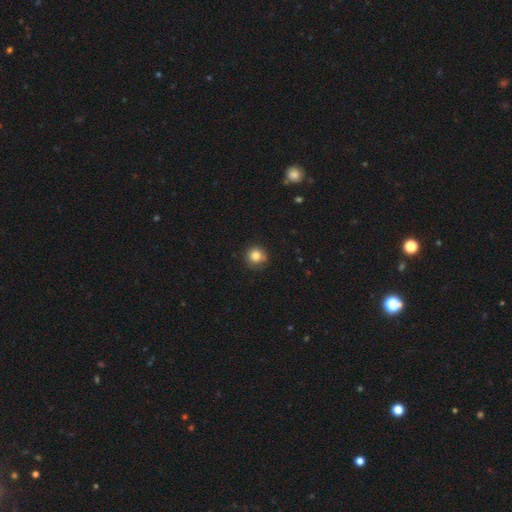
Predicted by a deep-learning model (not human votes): smooth-or-featured: smooth: 83% | star or artifact: 11% | featured or disk: 6%
  how-rounded: round: 93% | in between: 6% | cigar-shaped: 1%
  merging: none: 82% | minor disturbance: 14% | major disturbance: 3% | merger: 1%